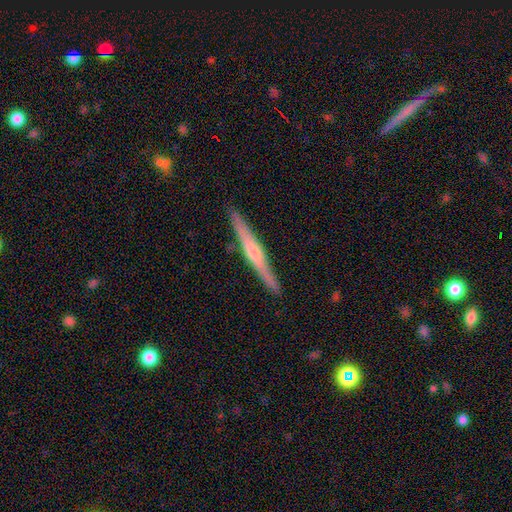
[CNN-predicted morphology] This is likely a featured or disk galaxy (70%). It is clearly viewed edge-on (98%). Edge-on bulge: likely rounded (72%). Merging: clearly none (91%).